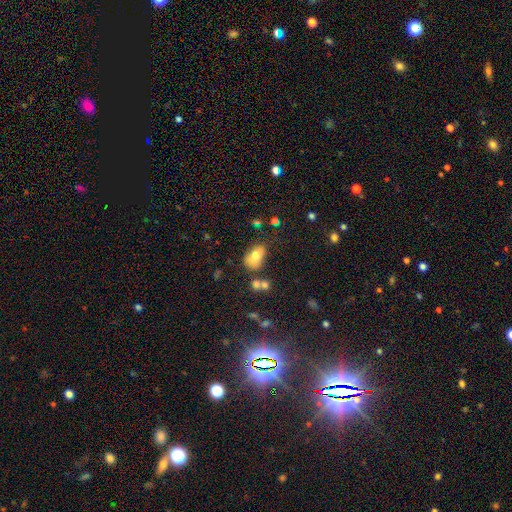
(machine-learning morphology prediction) A smooth galaxy with no disk features (75%) that is in between round and cigar-shaped (85%).

Vote fractions:
- Smooth or featured? smooth: 75% / featured or disk: 15% / star or artifact: 10%
- How rounded? in between: 85% / round: 13% / cigar-shaped: 2%
- Merging? none: 49% / minor disturbance: 25% / merger: 15% / major disturbance: 10%